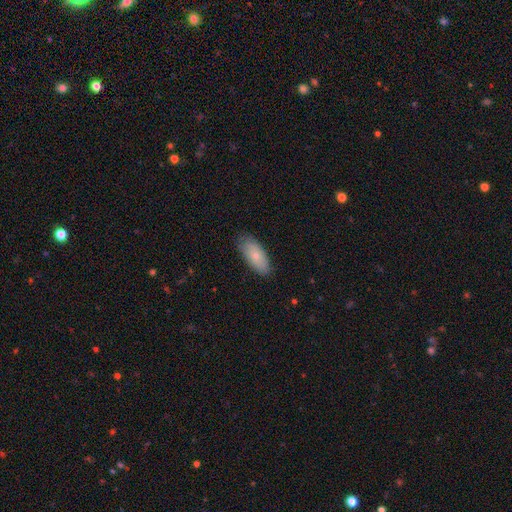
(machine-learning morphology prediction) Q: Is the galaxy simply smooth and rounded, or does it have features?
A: smooth — 74%.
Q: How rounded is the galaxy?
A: in between — 89%.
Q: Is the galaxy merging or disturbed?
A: none — 81%.